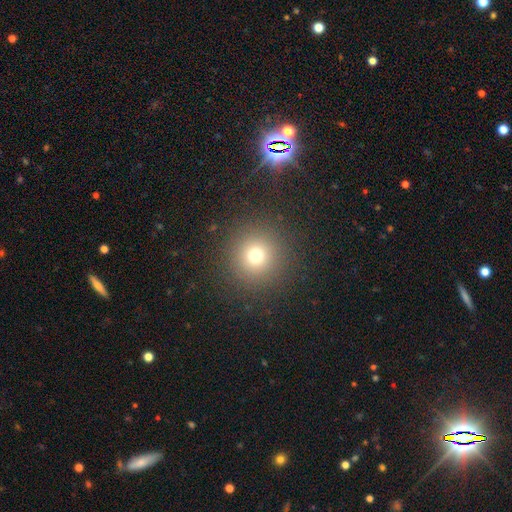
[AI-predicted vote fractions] smooth 73%, star or artifact 18%, featured or disk 9%. Down the decision tree: how rounded — round (95%); merging — none (89%).